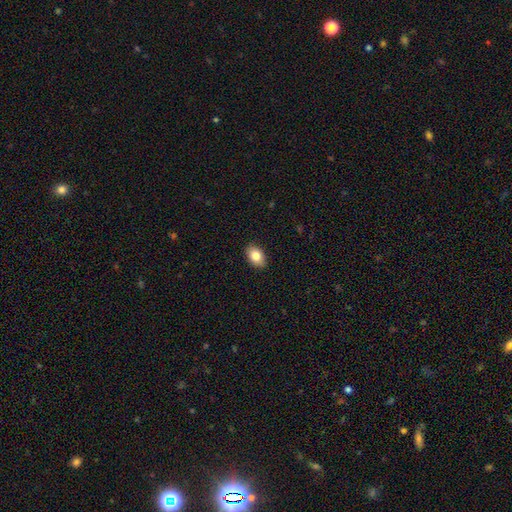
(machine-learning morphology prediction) Overall: smooth (83%). How rounded: in between (85%). Merging: none (90%).